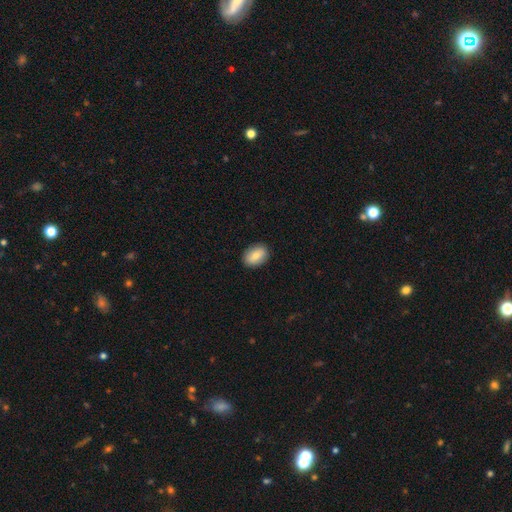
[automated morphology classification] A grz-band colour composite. It shows a smooth galaxy with no disk features (80%) that is in between round and cigar-shaped (82%). Merging: none (89%).